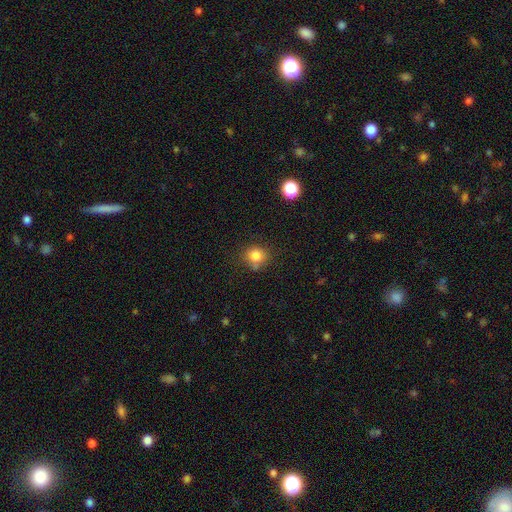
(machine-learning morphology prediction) Q: Smooth or featured?
A: smooth (82%); runner-up: star or artifact (12%)
Q: How rounded?
A: round (82%); runner-up: in between (17%)
Q: Merging?
A: none (71%); runner-up: minor disturbance (16%)